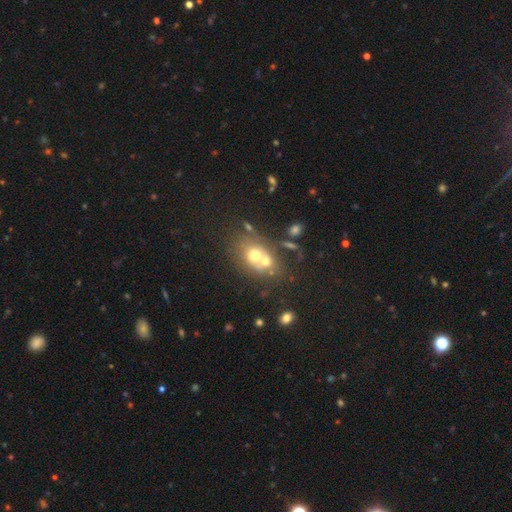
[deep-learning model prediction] smooth-or-featured: smooth: 59% | featured or disk: 27% | star or artifact: 14%
  how-rounded: round: 55% | in between: 44% | cigar-shaped: 1%
  merging: merger: 49% | none: 34% | minor disturbance: 10% | major disturbance: 6%